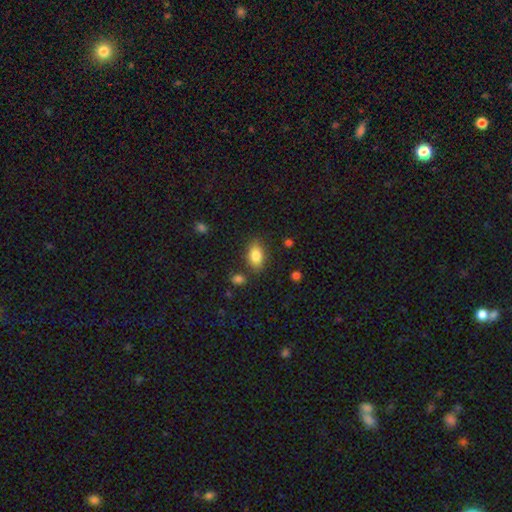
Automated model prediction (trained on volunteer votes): Smooth or featured?
  - smooth: 84% *
  - featured or disk: 8%
  - star or artifact: 8%
How rounded?
  - in between: 89% *
  - round: 8%
  - cigar-shaped: 3%
Merging?
  - none: 80% *
  - minor disturbance: 12%
  - merger: 4%
  - major disturbance: 3%